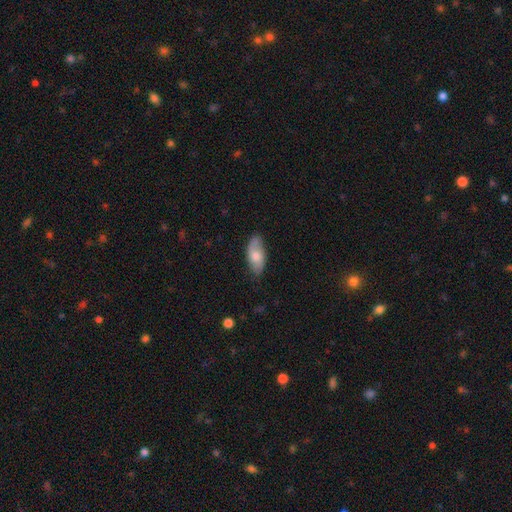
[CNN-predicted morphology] Smooth or featured?
  - smooth: 66% *
  - featured or disk: 29%
  - star or artifact: 6%
How rounded?
  - in between: 89% *
  - cigar-shaped: 8%
  - round: 3%
Merging?
  - none: 75% *
  - minor disturbance: 20%
  - major disturbance: 4%
  - merger: 1%